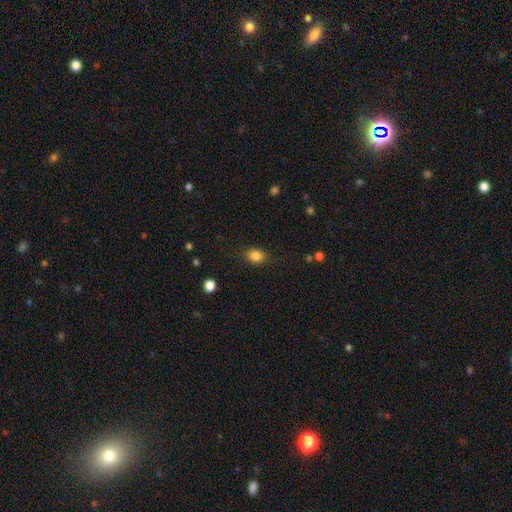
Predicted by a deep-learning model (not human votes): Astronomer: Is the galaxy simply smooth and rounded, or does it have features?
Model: smooth — 85%.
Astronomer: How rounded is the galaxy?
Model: in between — 54% (runner-up: round, 45%).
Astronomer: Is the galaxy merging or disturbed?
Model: none — 82%.